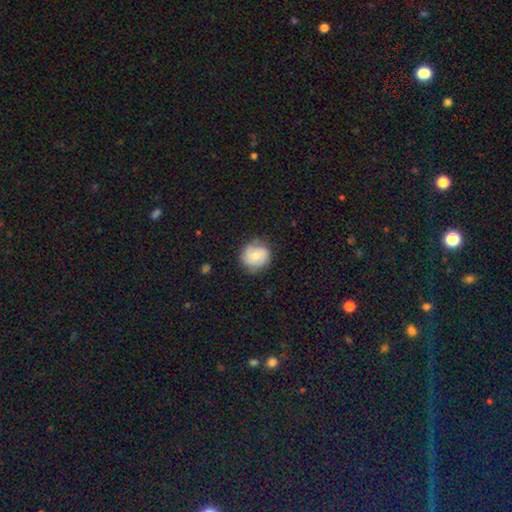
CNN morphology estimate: Smooth or featured?
  - smooth: 49% *
  - featured or disk: 44%
  - star or artifact: 8%
Merging?
  - none: 77% *
  - minor disturbance: 16%
  - major disturbance: 5%
  - merger: 1%